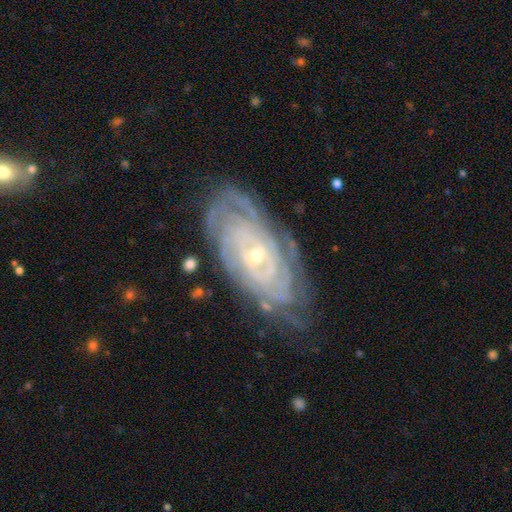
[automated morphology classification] A featured or disk galaxy (89%) with no bar (65%), tight (85%) spiral arms (97%) and a small central bulge (73%). Merging: none (74%).